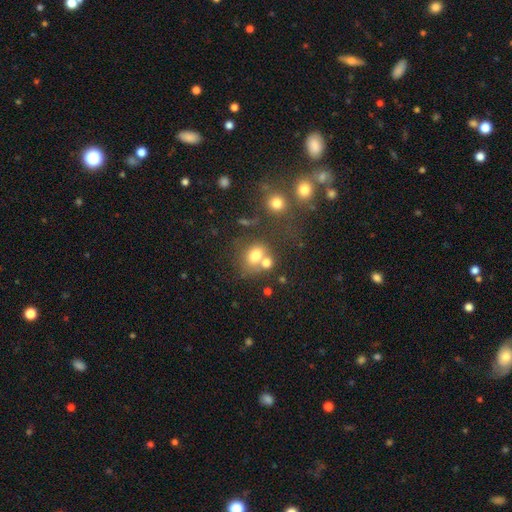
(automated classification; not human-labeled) Q: Smooth or featured?
A: smooth (72%); runner-up: featured or disk (15%)
Q: How rounded?
A: round (51%); runner-up: in between (47%)
Q: Merging?
A: none (43%); runner-up: merger (37%)